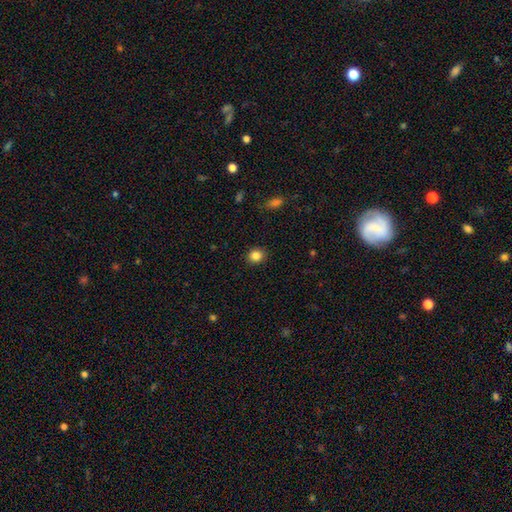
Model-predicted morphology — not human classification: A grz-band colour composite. It shows a smooth galaxy with no disk features (85%) that is round (78%). Merging: none (90%).